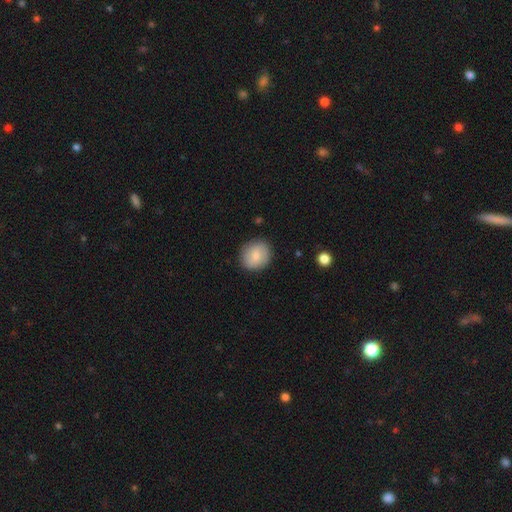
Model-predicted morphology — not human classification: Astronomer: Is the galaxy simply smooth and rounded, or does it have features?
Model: smooth — 79%.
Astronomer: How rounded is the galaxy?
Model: round — 83%.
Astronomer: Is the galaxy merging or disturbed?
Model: none — 88%.